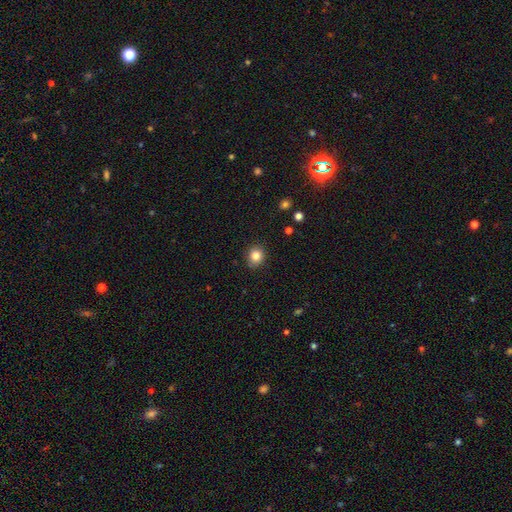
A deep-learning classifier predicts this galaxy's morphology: Smooth or featured? Predicted: smooth (p=0.84). How rounded? Predicted: round (p=0.76). Merging? Predicted: none (p=0.88).